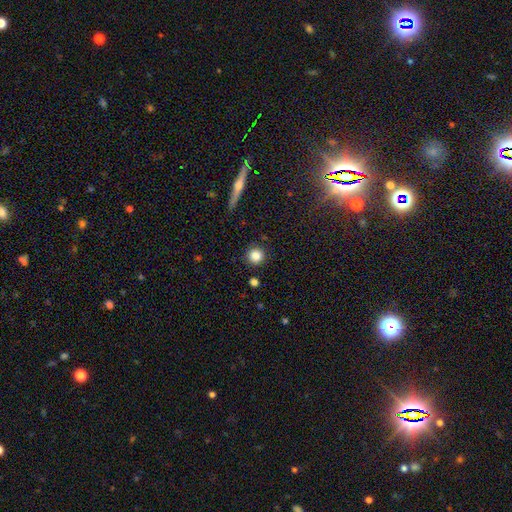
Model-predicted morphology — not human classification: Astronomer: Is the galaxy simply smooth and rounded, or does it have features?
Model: smooth — 84%.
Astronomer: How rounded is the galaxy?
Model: round — 94%.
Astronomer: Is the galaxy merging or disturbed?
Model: none — 90%.